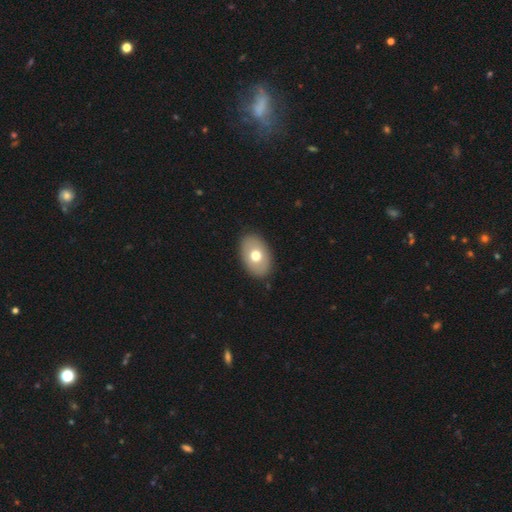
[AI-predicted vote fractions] Q: Smooth or featured?
A: smooth (66%); runner-up: featured or disk (27%)
Q: How rounded?
A: in between (86%); runner-up: round (12%)
Q: Merging?
A: none (88%); runner-up: minor disturbance (8%)